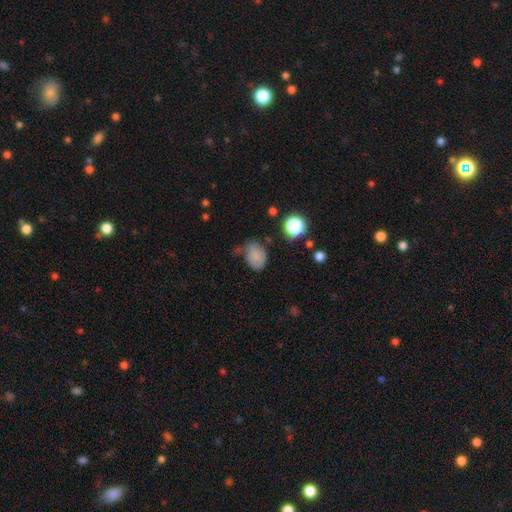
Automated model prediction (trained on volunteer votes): Smooth or featured? Predicted: smooth (p=0.75). How rounded? Predicted: in between (p=0.69). Merging? Predicted: none (p=0.54).